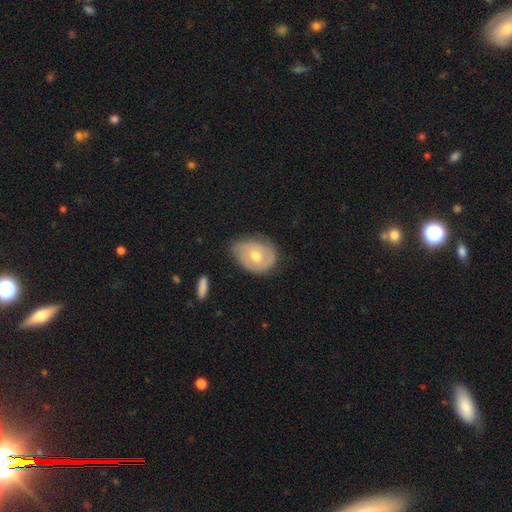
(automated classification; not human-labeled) A featured or disk galaxy (51%). Merging: none (53%).